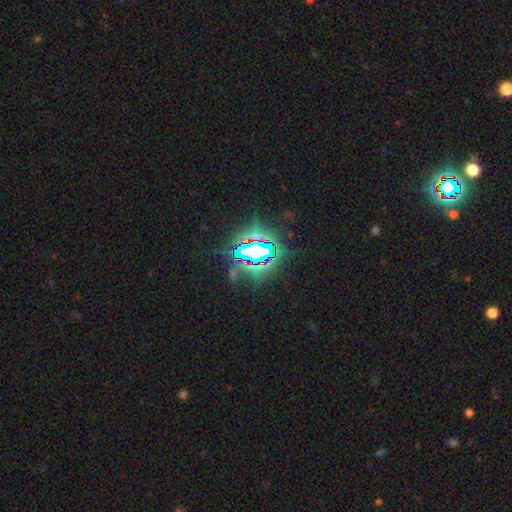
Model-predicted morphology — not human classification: A star or artifact, not a galaxy (82%).